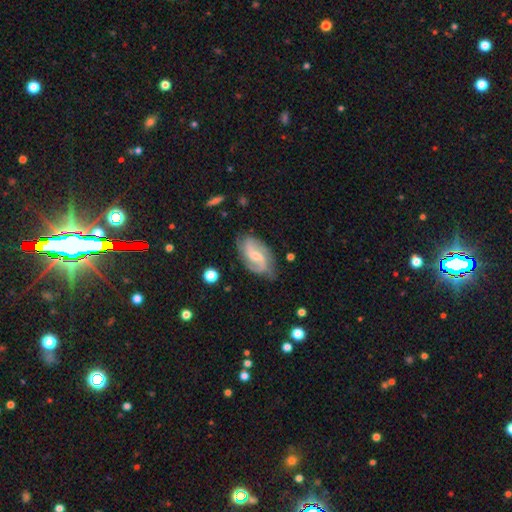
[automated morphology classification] Overall: featured or disk (81%). Edge-on disk: no (97%). Bar: weak (55%; no 30%). Spiral arms: yes (95%). Spiral arm count: 2 (77%). Spiral winding: medium (47%; loose 34%). Bulge size: small (46%; moderate 37%). Merging: none (70%).